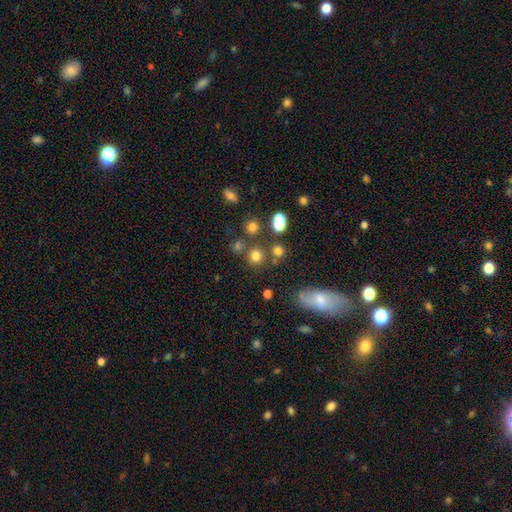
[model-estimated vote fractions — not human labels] Smooth or featured? smooth (73%)
How rounded? round (88%)
Merging? none (74%)